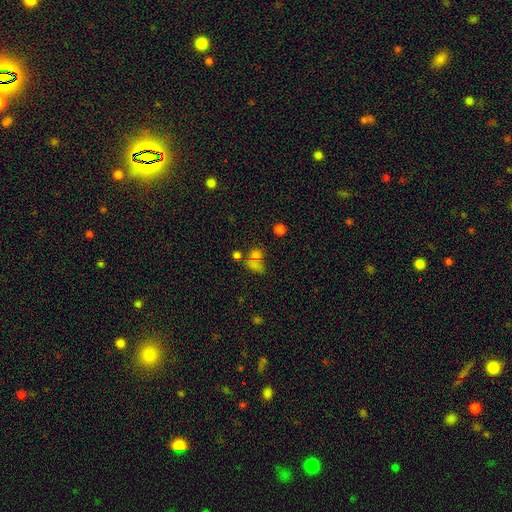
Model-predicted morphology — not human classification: Overall: smooth (68%). How rounded: round (60%; in between 38%). Merging: none (42%; merger 39%).